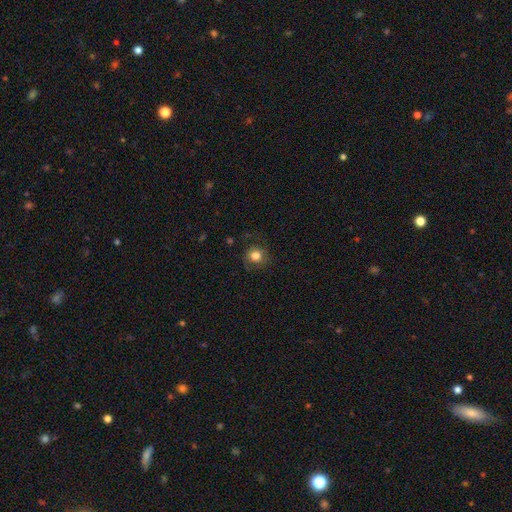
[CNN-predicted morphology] smooth 77%, featured or disk 13%, star or artifact 10%. Down the decision tree: how rounded — round (84%); merging — none (71%).